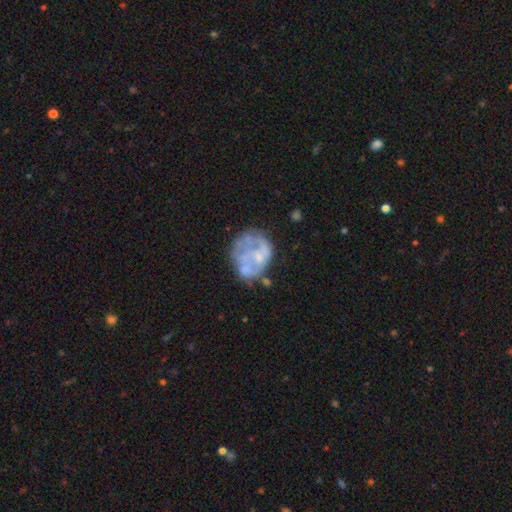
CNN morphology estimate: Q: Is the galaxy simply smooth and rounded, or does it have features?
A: featured or disk — 62%.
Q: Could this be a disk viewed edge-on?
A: no — 98%.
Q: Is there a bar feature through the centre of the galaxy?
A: no — 86%.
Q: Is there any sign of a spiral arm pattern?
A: no — 80%.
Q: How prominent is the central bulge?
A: none — 46%.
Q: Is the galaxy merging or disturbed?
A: none — 45%.